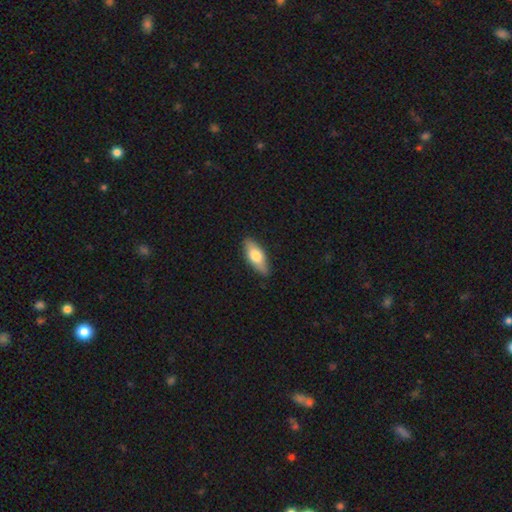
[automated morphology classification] smooth_or_featured: smooth (p=0.66) [alt: featured or disk p=0.28]
how_rounded: in between (p=0.71) [alt: cigar-shaped p=0.27]
merging: none (p=0.87) [alt: minor disturbance p=0.10]